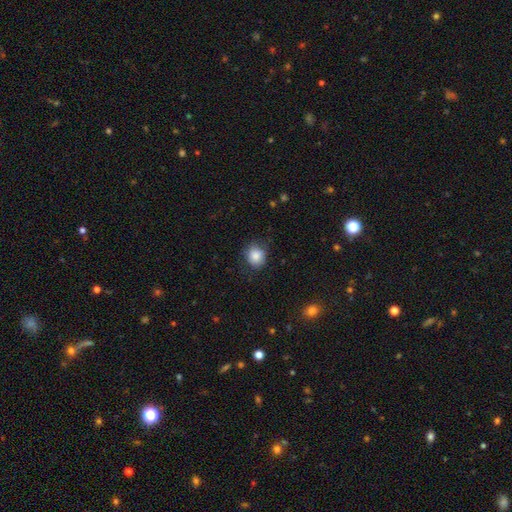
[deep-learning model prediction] Smooth or featured?
  - smooth: 85% *
  - star or artifact: 9%
  - featured or disk: 6%
How rounded?
  - round: 78% *
  - in between: 21%
  - cigar-shaped: 1%
Merging?
  - none: 77% *
  - minor disturbance: 17%
  - major disturbance: 4%
  - merger: 1%